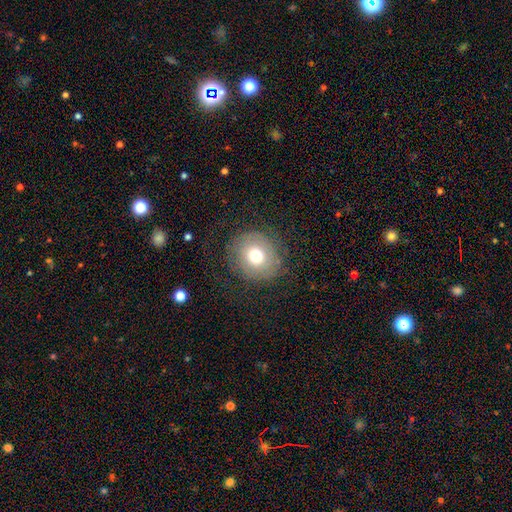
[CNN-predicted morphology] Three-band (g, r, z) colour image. It shows a smooth galaxy with no disk features (67%) that is round (87%). Merging: none (80%).